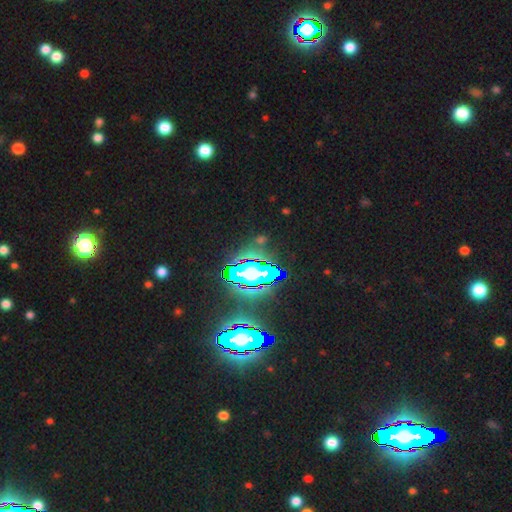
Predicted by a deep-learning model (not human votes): Smooth or featured? Predicted: star or artifact (p=0.82).